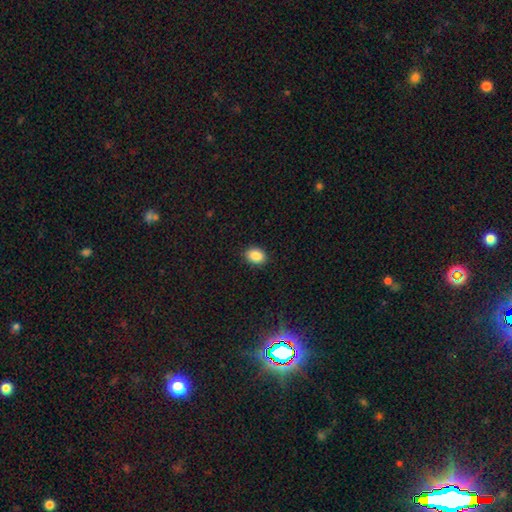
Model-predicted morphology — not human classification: Overall: smooth (88%). How rounded: in between (75%). Merging: none (89%).